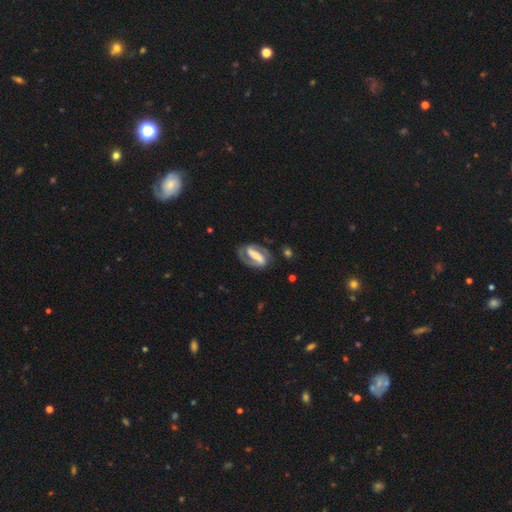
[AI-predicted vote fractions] Smooth or featured: featured or disk — 81% (smooth — 14%)
Edge-on disk: no — 94% (yes — 6%)
Bar: strong — 73% (weak — 19%)
Spiral arms: yes — 89% (no — 11%)
Spiral winding: medium — 43% (tight — 40%)
Spiral arm count: 2 — 85% (1 — 6%)
Bulge size: moderate — 37% (small — 35%)
Merging: none — 74% (minor disturbance — 16%)